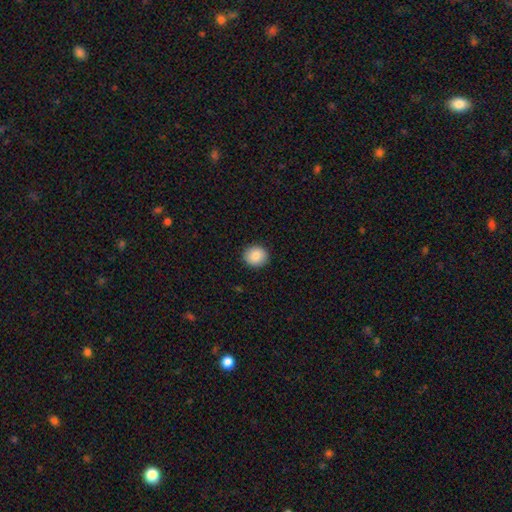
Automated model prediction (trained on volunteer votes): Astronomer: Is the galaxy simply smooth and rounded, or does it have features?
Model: smooth — 86%.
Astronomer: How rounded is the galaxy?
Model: round — 84%.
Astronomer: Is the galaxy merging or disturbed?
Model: none — 91%.